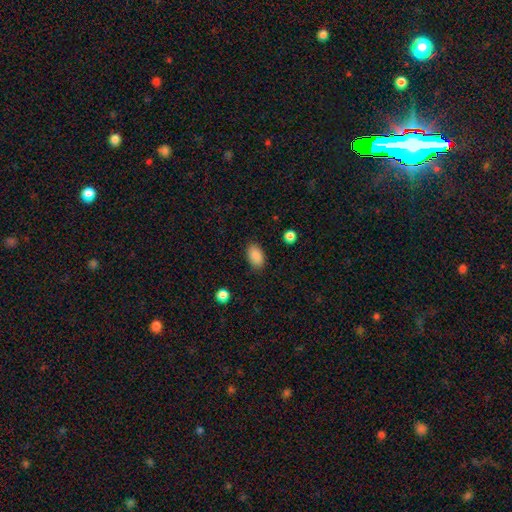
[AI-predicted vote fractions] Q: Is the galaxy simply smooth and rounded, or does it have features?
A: smooth — 89%.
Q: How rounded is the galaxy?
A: in between — 92%.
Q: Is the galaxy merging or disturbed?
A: none — 87%.